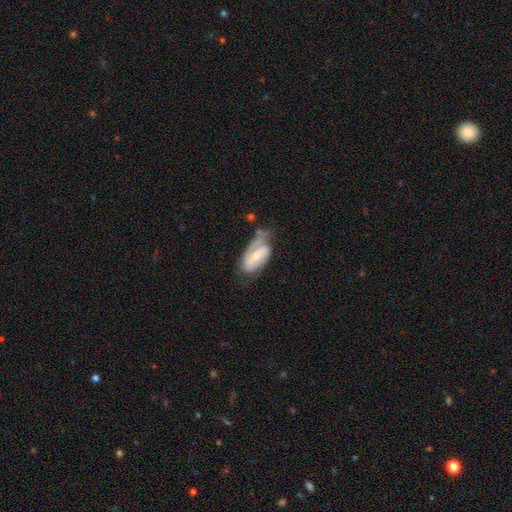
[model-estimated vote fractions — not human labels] smooth-or-featured: featured or disk: 69% | smooth: 25% | star or artifact: 6%
  disk-edge-on: no: 95% | yes: 5%
    bar: weak: 41% | no: 31% | strong: 28%
    has-spiral-arms: yes: 86% | no: 14%
      spiral-winding: medium: 42% | tight: 34% | loose: 24%
      spiral-arm-count: 2: 66% | 1: 16% | can't tell: 14% | 3: 2% | 4: 1% | more than 4: 1%
    bulge-size: small: 51% | moderate: 42% | none: 3% | large: 2% | dominant: 1%
  merging: none: 41% | minor disturbance: 33% | major disturbance: 20% | merger: 6%